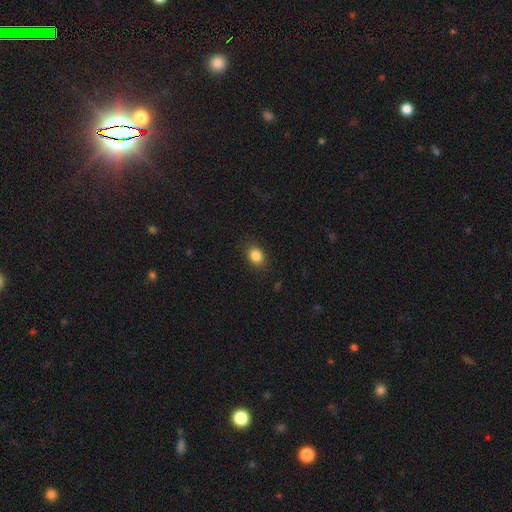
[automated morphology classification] A smooth galaxy with no disk features (85%) that is in between round and cigar-shaped (52%). Merging: none (86%).